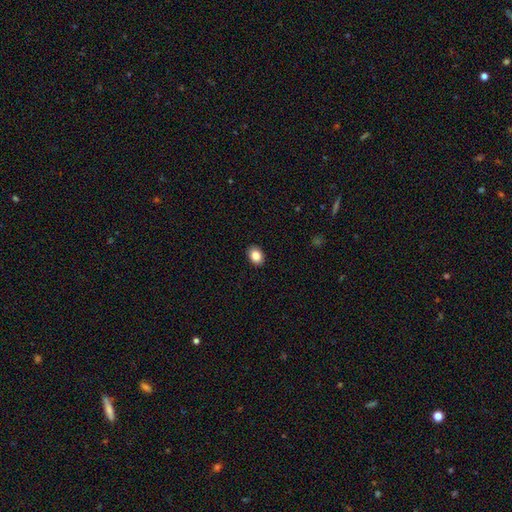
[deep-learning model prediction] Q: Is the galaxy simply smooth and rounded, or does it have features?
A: smooth — 86%.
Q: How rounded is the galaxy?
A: in between — 69%.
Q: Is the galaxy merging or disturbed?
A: none — 90%.